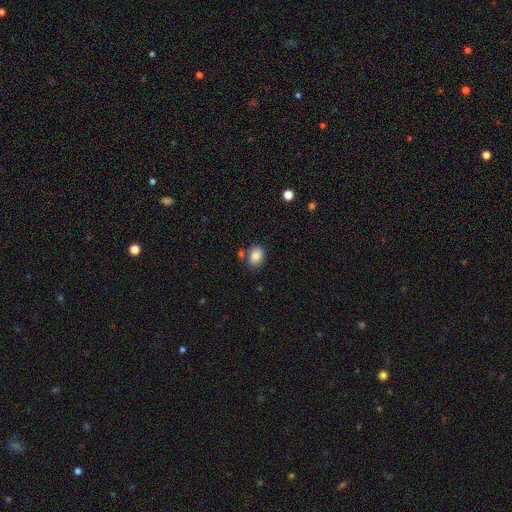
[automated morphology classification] type=smooth (86%); roundness=in between (70%); merging=none (69%).